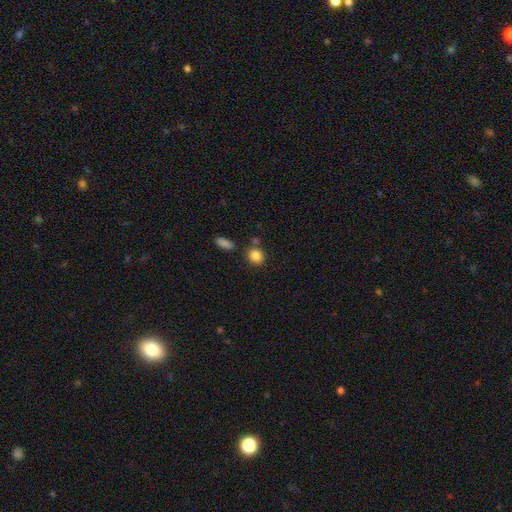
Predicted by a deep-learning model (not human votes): Smooth or featured?
  - smooth: 86% *
  - star or artifact: 10%
  - featured or disk: 5%
How rounded?
  - round: 81% *
  - in between: 17%
  - cigar-shaped: 1%
Merging?
  - none: 73% *
  - merger: 12%
  - minor disturbance: 11%
  - major disturbance: 4%